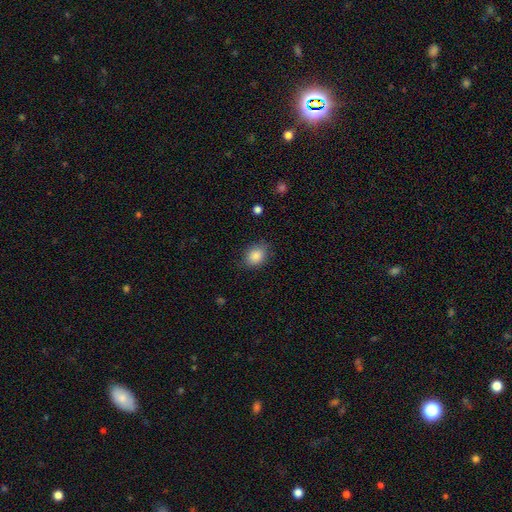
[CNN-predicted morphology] The model was most divided on "how rounded": in between: 63%, round: 36%, cigar-shaped: 1%. More confident: smooth or featured — smooth (86%); merging — none (81%).